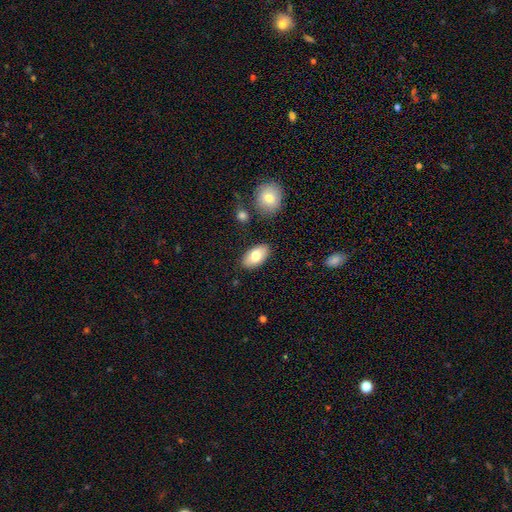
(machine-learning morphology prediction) This appears to be a smooth galaxy with no disk features (80%) that is in between round and cigar-shaped (94%). Merging: none (85%).